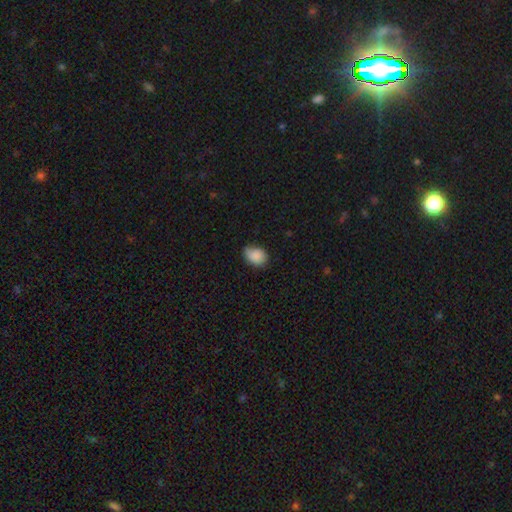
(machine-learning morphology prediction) A smooth galaxy with no disk features (86%) that is in between round and cigar-shaped (63%). Merging: none (62%).